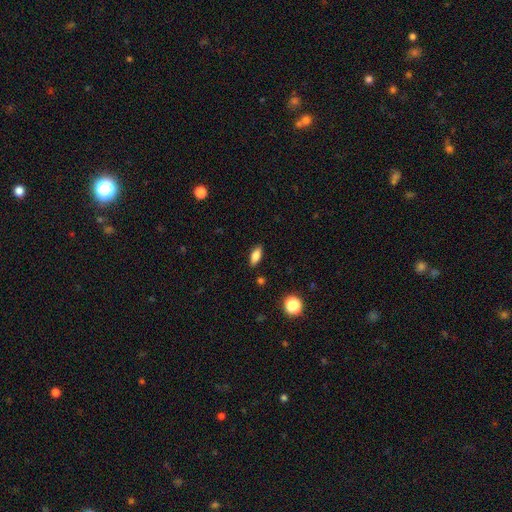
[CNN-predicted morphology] type=smooth (80%); roundness=in between (80%); merging=none (87%).